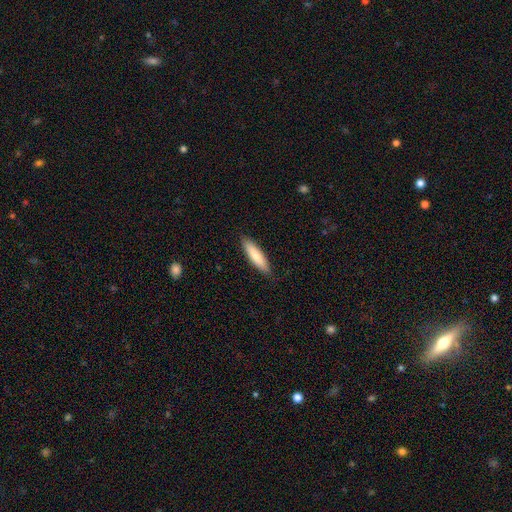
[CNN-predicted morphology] Q: Smooth or featured?
A: smooth (82%); runner-up: featured or disk (13%)
Q: How rounded?
A: cigar-shaped (73%); runner-up: in between (26%)
Q: Merging?
A: none (88%); runner-up: minor disturbance (9%)